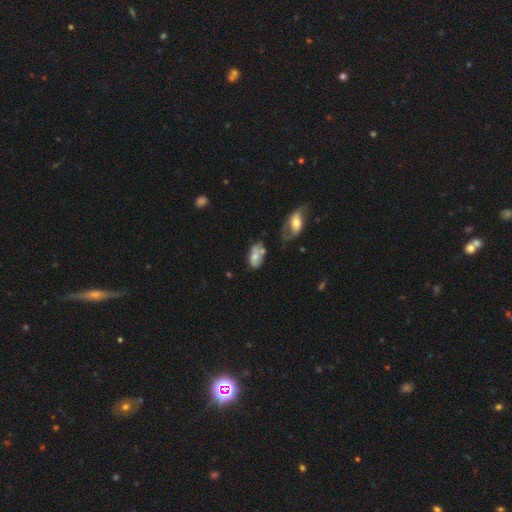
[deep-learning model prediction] Q: Smooth or featured?
A: smooth (57%); runner-up: featured or disk (34%)
Q: How rounded?
A: in between (90%); runner-up: round (8%)
Q: Merging?
A: none (35%); runner-up: minor disturbance (30%)